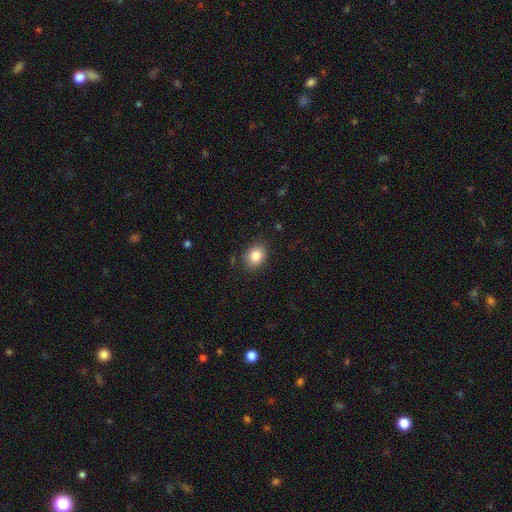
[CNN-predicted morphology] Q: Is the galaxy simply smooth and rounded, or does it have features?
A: smooth — 84%.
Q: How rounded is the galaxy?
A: in between — 52%.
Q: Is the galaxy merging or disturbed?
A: none — 85%.